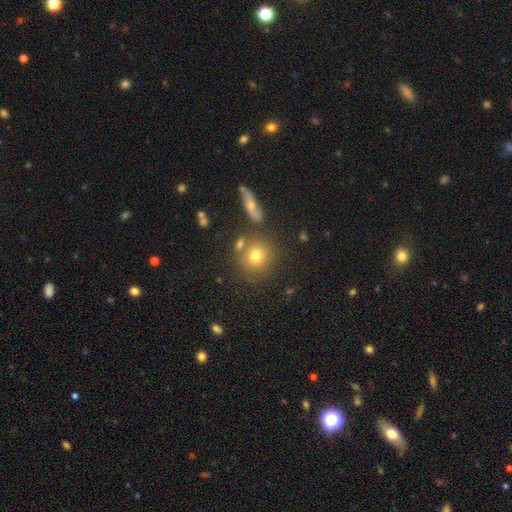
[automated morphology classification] smooth 74%, featured or disk 13%, star or artifact 13%. Down the decision tree: how rounded — round (88%); merging — none (72%).